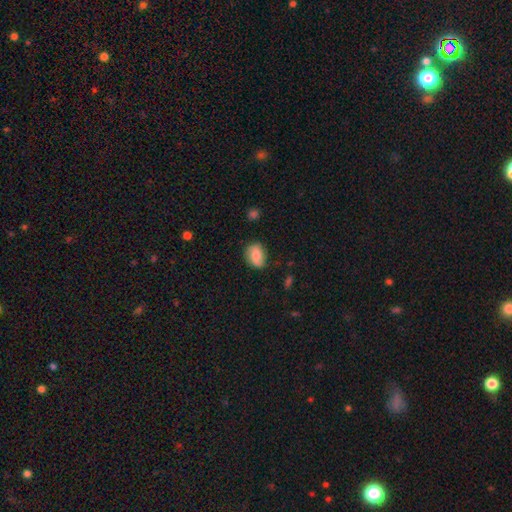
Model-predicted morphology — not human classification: Smooth or featured? smooth (72%)
How rounded? in between (68%)
Merging? none (74%)